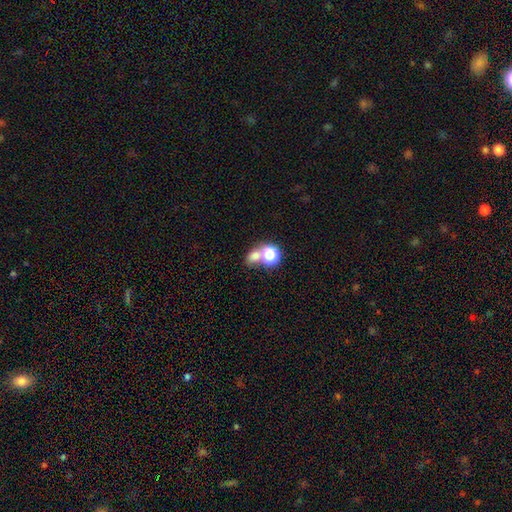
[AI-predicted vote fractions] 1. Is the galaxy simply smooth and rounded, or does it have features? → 68% smooth, 21% star or artifact, 11% featured or disk.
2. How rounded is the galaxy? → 55% round, 44% in between, 1% cigar-shaped.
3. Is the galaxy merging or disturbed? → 46% merger, 42% none, 8% minor disturbance, 5% major disturbance.